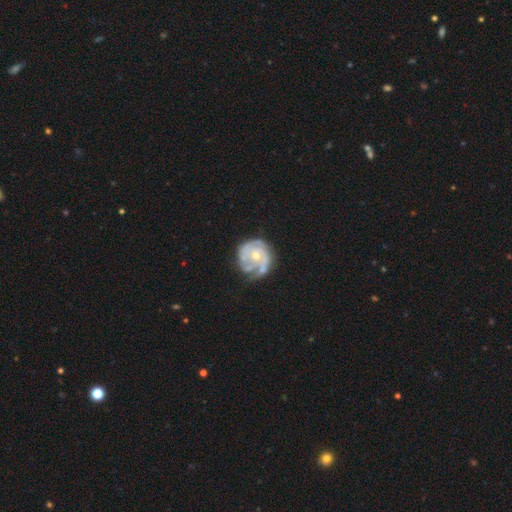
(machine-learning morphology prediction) This appears to be a featured or disk galaxy (82%) with no bar (78%), 3 (29%) tight (60%) spiral arms (91%) and a moderate central bulge (49%). Merging: none (54%).